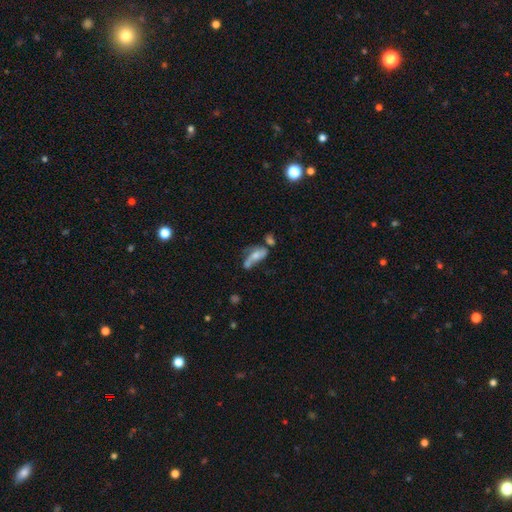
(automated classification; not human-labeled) Overall: featured or disk (49%; smooth 41%). Merging: merger (31%; none 27%).